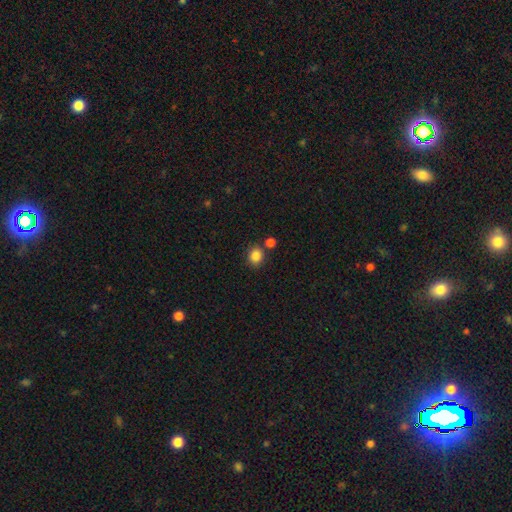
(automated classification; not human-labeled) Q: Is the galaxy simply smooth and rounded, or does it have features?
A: smooth — 85%.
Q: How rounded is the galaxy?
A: round — 73%.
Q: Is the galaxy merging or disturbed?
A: none — 76%.